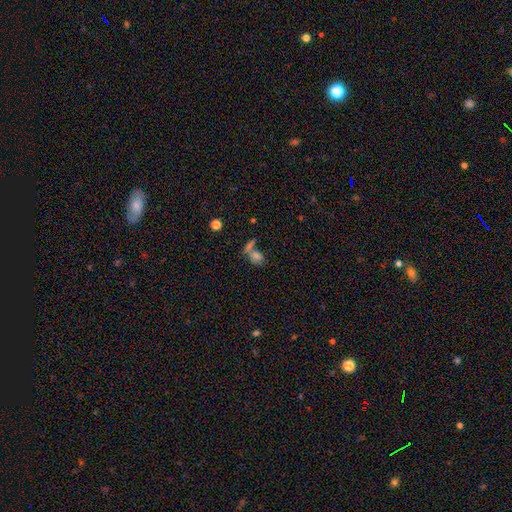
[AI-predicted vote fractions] Q: Smooth or featured?
A: smooth (70%); runner-up: star or artifact (15%)
Q: How rounded?
A: in between (65%); runner-up: round (31%)
Q: Merging?
A: merger (43%); runner-up: none (38%)